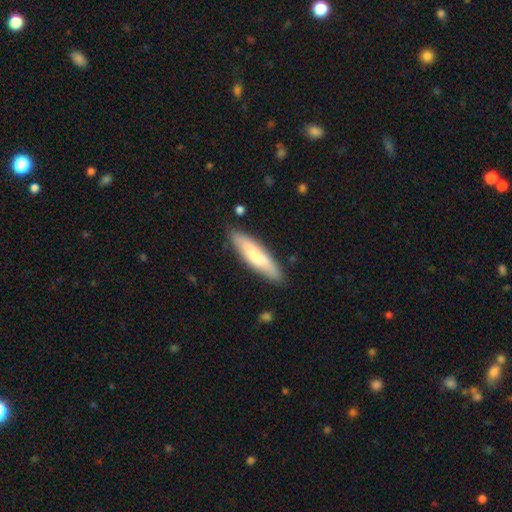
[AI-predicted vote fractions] smooth 71%, featured or disk 24%, star or artifact 5%. Down the decision tree: how rounded — cigar-shaped (71%); merging — none (84%).